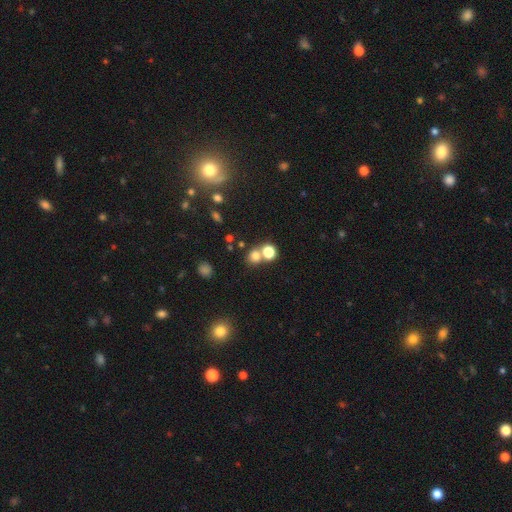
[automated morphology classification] Smooth or featured?
  - smooth: 73% *
  - star or artifact: 18%
  - featured or disk: 8%
How rounded?
  - round: 78% *
  - in between: 20%
  - cigar-shaped: 1%
Merging?
  - none: 52% *
  - merger: 37%
  - minor disturbance: 7%
  - major disturbance: 3%